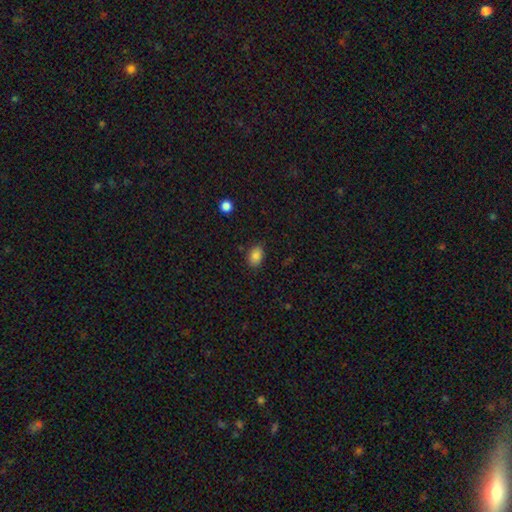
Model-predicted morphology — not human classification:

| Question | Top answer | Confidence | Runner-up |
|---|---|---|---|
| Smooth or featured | smooth | 85% | star or artifact (9%) |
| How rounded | in between | 83% | round (16%) |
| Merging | none | 83% | minor disturbance (13%) |